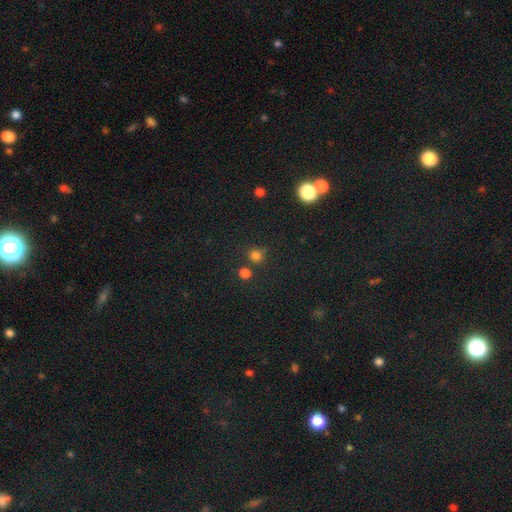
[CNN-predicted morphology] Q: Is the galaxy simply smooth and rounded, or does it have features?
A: smooth — 77%.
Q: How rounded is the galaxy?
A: round — 89%.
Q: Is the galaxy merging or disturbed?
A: none — 73%.